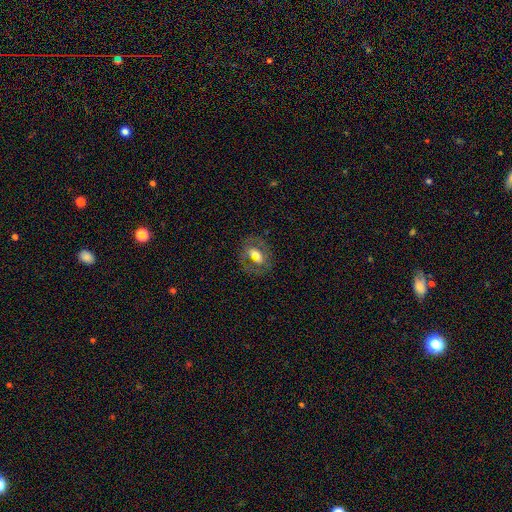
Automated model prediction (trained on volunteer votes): smooth_or_featured: smooth (p=0.46) [alt: featured or disk p=0.44]
merging: none (p=0.72) [alt: minor disturbance p=0.16]